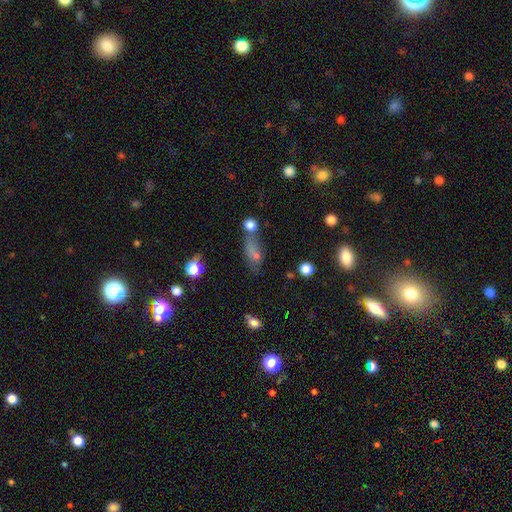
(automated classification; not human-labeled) Q: Smooth or featured?
A: smooth (62%); runner-up: featured or disk (20%)
Q: How rounded?
A: in between (63%); runner-up: cigar-shaped (24%)
Q: Merging?
A: none (46%); runner-up: merger (21%)